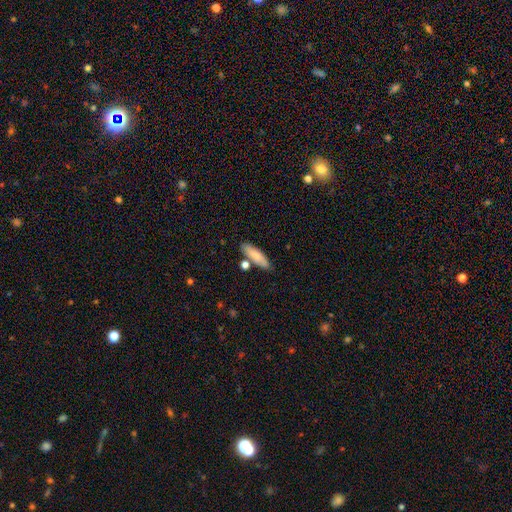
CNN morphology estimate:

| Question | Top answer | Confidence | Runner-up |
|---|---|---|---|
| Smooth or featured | smooth | 81% | featured or disk (13%) |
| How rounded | cigar-shaped | 54% | in between (44%) |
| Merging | none | 77% | minor disturbance (12%) |